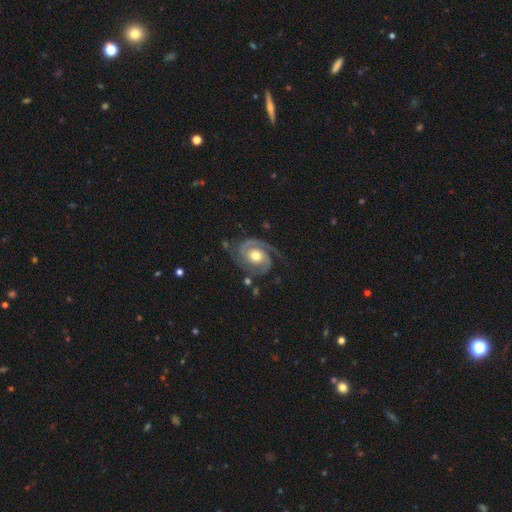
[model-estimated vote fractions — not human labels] Smooth or featured? featured or disk (90%)
Edge-on disk? no (98%)
Bar? no (74%)
Spiral arms? yes (98%)
Spiral winding? tight (53%)
Spiral arm count? 2 (82%)
Bulge size? moderate (75%)
Merging? none (73%)